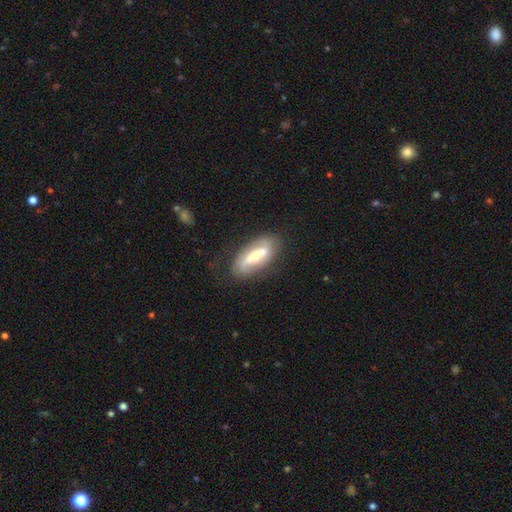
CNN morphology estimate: A featured or disk galaxy (67%) with a strong bar (50%), spiral arms (66%) and a moderate central bulge (58%). Merging: none (69%).